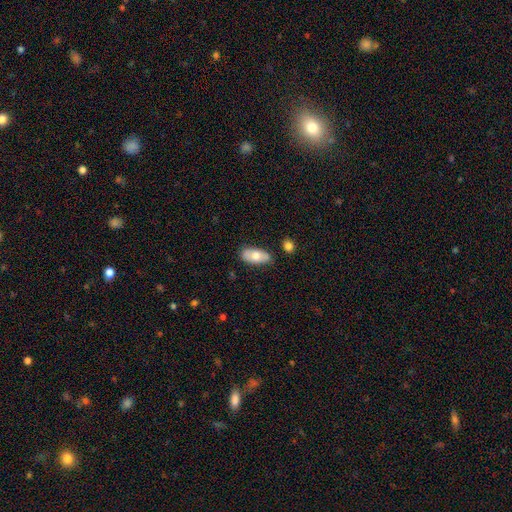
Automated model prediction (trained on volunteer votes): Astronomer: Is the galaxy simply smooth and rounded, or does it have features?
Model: smooth — 67%.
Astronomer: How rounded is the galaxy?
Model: in between — 91%.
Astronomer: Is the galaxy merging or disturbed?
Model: none — 77%.